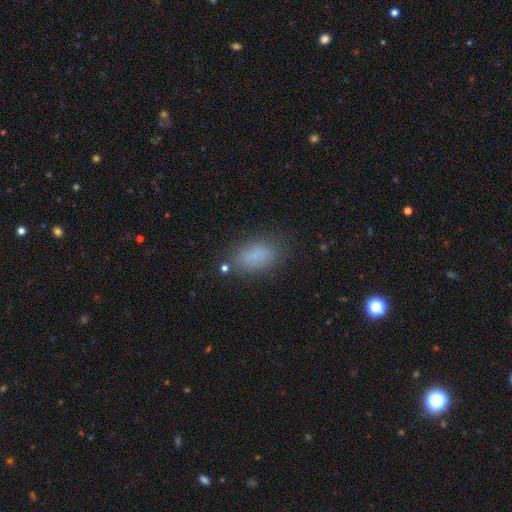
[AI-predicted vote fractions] smooth-or-featured: smooth: 78% | star or artifact: 12% | featured or disk: 10%
  how-rounded: in between: 88% | round: 8% | cigar-shaped: 4%
  merging: none: 73% | minor disturbance: 17% | major disturbance: 7% | merger: 4%